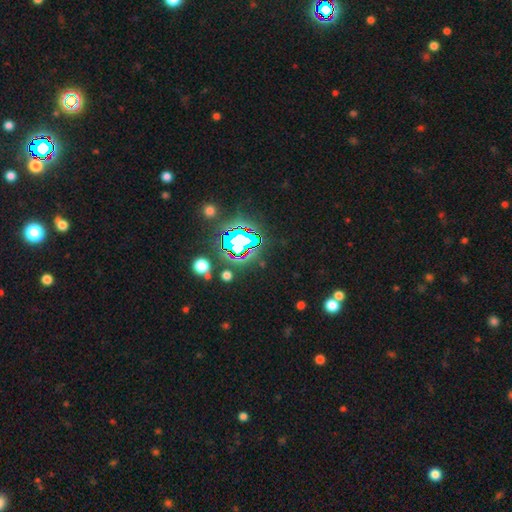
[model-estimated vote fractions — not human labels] A star or artifact, not a galaxy (83%).